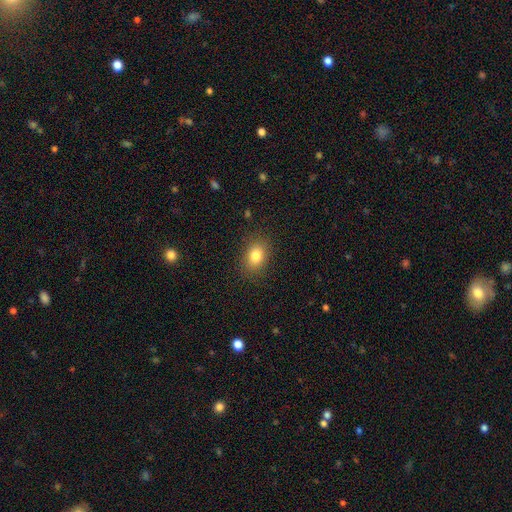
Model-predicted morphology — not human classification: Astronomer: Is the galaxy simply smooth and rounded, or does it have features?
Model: smooth — 82%.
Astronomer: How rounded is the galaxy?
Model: in between — 70%.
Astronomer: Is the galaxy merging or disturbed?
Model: none — 86%.